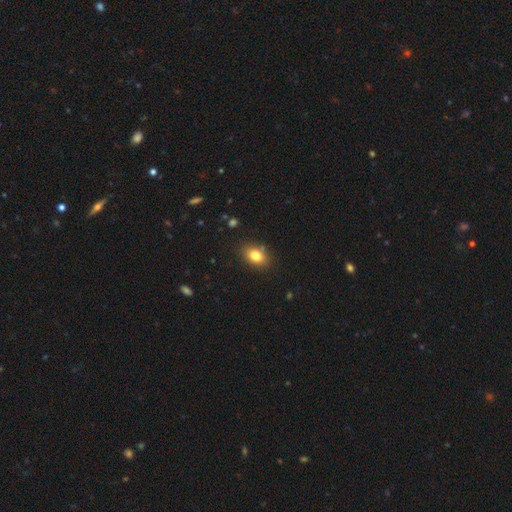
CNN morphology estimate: This appears to be a smooth galaxy with no disk features (80%) that is in between round and cigar-shaped (75%). Merging: none (84%).